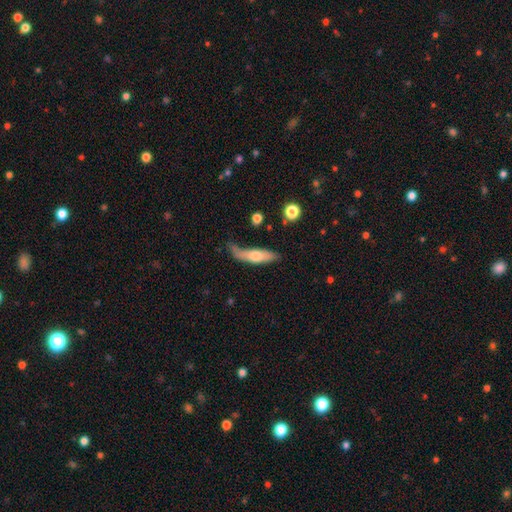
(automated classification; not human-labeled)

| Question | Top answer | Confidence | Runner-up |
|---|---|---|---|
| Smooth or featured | smooth | 59% | featured or disk (35%) |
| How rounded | cigar-shaped | 65% | in between (33%) |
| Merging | none | 45% | minor disturbance (33%) |